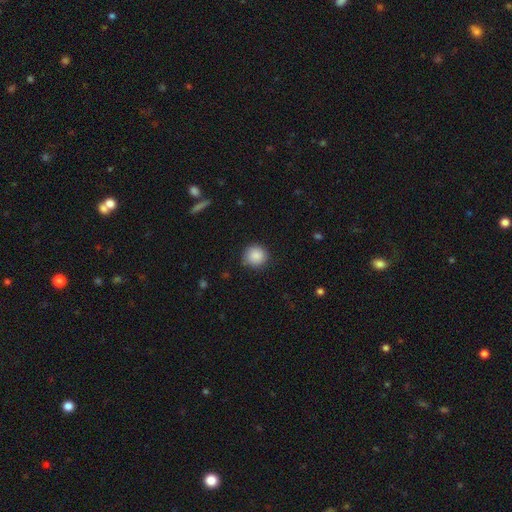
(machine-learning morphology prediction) Smooth or featured?
  - smooth: 88% *
  - star or artifact: 8%
  - featured or disk: 4%
How rounded?
  - round: 92% *
  - in between: 7%
  - cigar-shaped: 1%
Merging?
  - none: 84% *
  - minor disturbance: 12%
  - major disturbance: 3%
  - merger: 1%